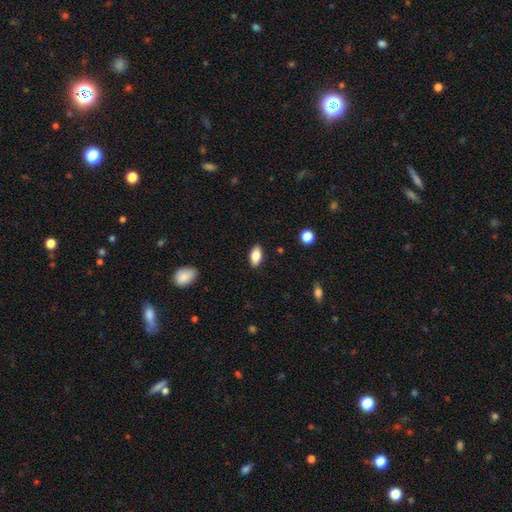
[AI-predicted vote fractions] Smooth or featured: smooth — 83% (featured or disk — 10%)
How rounded: in between — 91% (cigar-shaped — 5%)
Merging: none — 88% (minor disturbance — 9%)